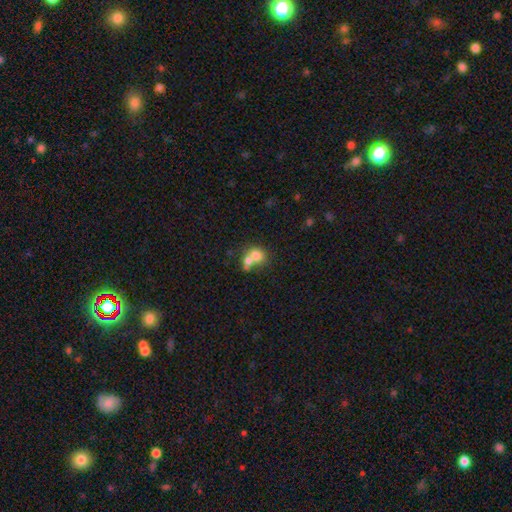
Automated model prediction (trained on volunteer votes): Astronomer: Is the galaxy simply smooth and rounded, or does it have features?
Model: smooth — 73%.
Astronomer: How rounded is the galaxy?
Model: round — 62%.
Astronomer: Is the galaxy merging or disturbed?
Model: merger — 63%.